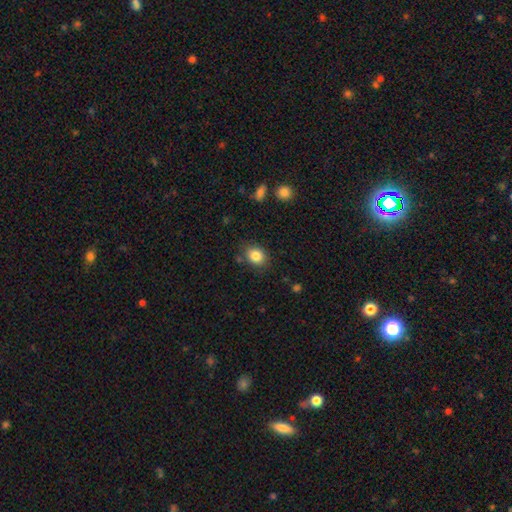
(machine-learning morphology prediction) type=smooth (84%); roundness=round (51%); merging=none (81%).